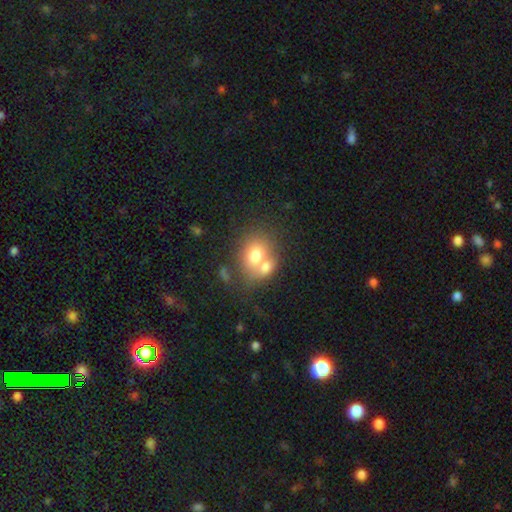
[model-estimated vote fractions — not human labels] Smooth or featured? smooth (70%)
How rounded? round (51%)
Merging? merger (53%)